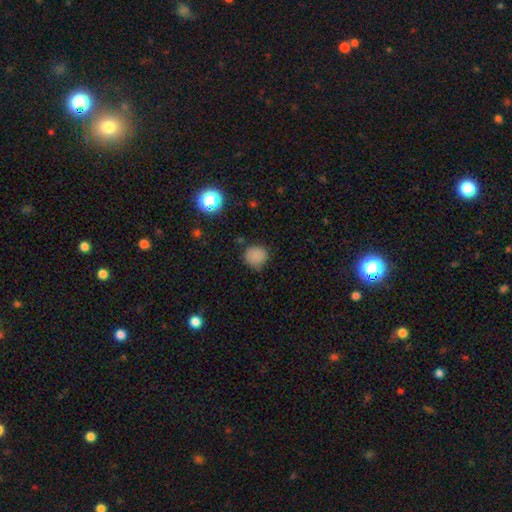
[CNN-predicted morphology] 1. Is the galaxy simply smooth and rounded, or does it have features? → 80% smooth, 15% star or artifact, 5% featured or disk.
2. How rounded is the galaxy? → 87% round, 12% in between, 1% cigar-shaped.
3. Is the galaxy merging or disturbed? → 77% none, 17% minor disturbance, 4% major disturbance, 2% merger.